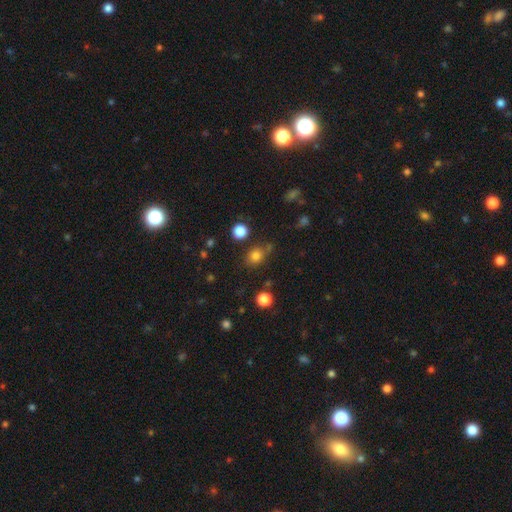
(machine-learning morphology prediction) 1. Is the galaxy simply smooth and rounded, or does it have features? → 80% smooth, 14% star or artifact, 6% featured or disk.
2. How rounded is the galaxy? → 66% round, 33% in between, 1% cigar-shaped.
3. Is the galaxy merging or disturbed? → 74% none, 15% minor disturbance, 7% merger, 4% major disturbance.